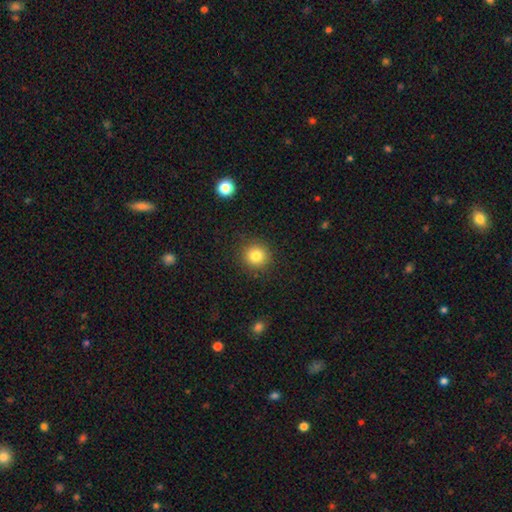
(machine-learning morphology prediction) A smooth galaxy with no disk features (82%) that is round (91%).

Vote fractions:
- Smooth or featured? smooth: 82% / star or artifact: 12% / featured or disk: 7%
- How rounded? round: 91% / in between: 8% / cigar-shaped: 1%
- Merging? none: 89% / minor disturbance: 7% / major disturbance: 3% / merger: 1%